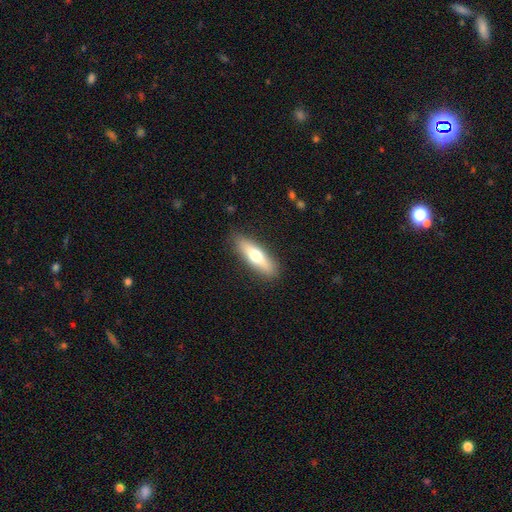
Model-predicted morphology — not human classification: Smooth or featured? Predicted: smooth (p=0.59). How rounded? Predicted: cigar-shaped (p=0.61). Merging? Predicted: none (p=0.88).